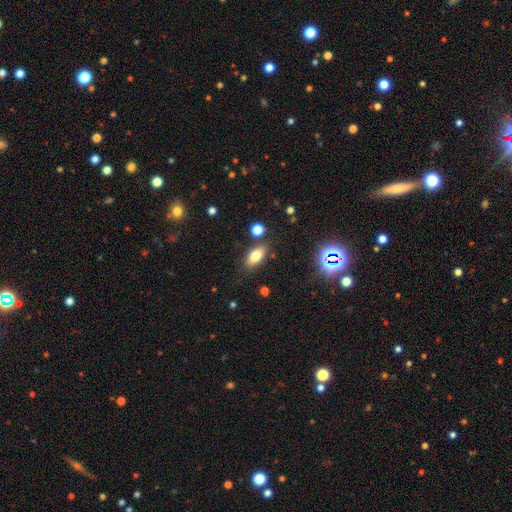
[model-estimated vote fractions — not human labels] Smooth or featured? smooth (75%)
How rounded? in between (85%)
Merging? none (82%)